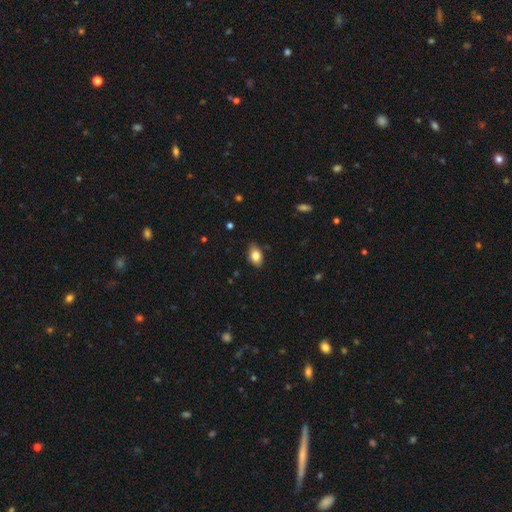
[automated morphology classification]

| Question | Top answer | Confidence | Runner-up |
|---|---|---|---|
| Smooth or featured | smooth | 82% | featured or disk (10%) |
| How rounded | in between | 86% | round (12%) |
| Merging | none | 83% | minor disturbance (14%) |